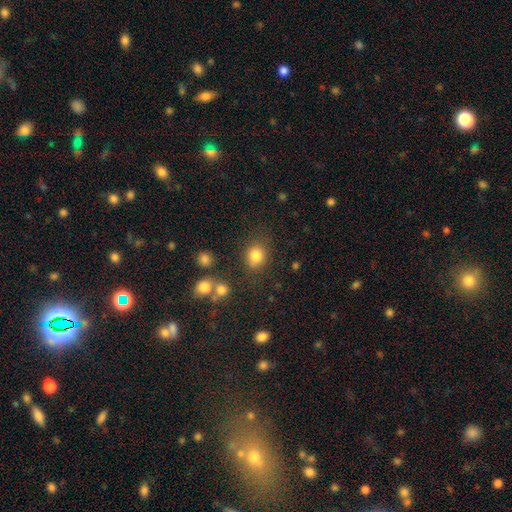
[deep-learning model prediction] A smooth galaxy with no disk features (82%) that is round (65%). Merging: none (76%).